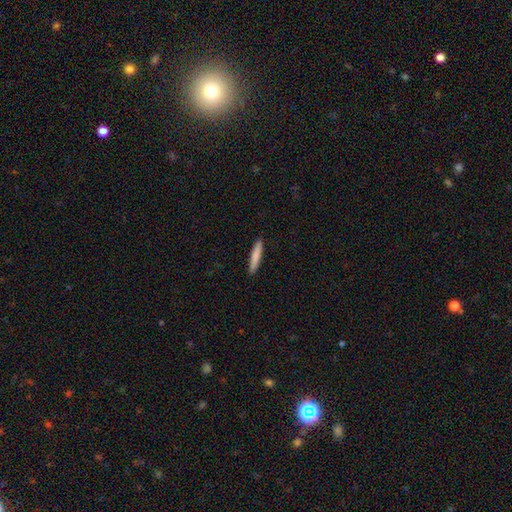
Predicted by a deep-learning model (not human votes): Smooth or featured? smooth (82%)
How rounded? cigar-shaped (93%)
Merging? none (92%)